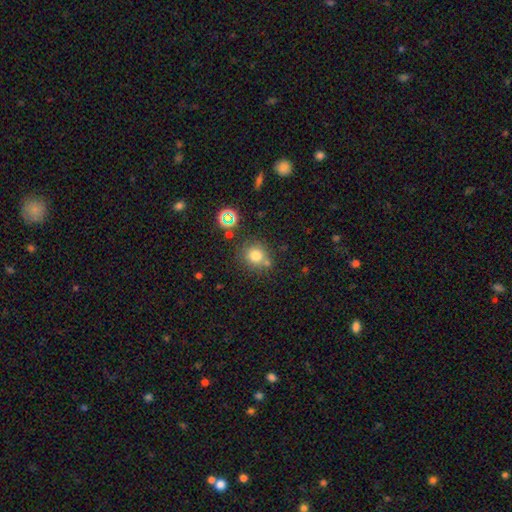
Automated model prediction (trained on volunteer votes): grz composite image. It shows a smooth galaxy with no disk features (76%) that is round (87%). Merging: none (68%).